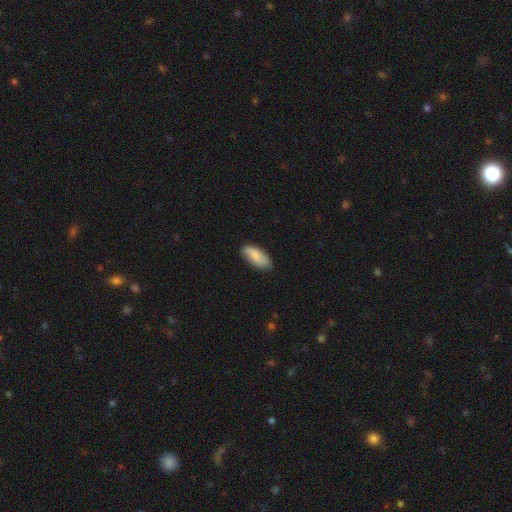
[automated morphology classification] Smooth or featured? smooth (77%)
How rounded? in between (86%)
Merging? none (80%)